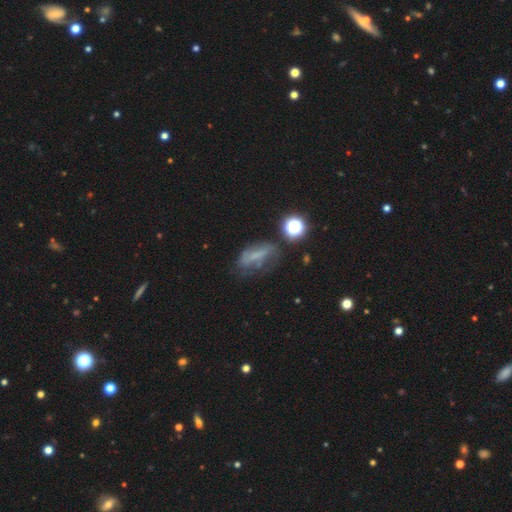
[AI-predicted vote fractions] Q: Smooth or featured?
A: featured or disk (39%); runner-up: smooth (38%)
Q: Merging?
A: none (42%); runner-up: minor disturbance (27%)